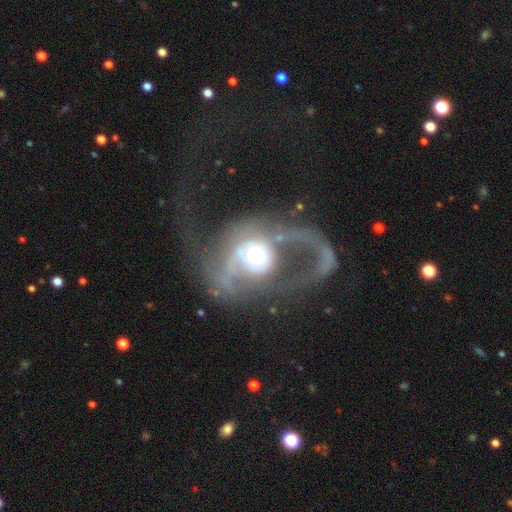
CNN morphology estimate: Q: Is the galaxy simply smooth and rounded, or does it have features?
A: featured or disk — 72%.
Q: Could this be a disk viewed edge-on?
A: no — 96%.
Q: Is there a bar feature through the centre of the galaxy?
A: no — 77%.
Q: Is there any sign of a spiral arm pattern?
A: yes — 65%.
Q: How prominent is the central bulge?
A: moderate — 54%.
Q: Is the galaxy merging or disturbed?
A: major disturbance — 63%.